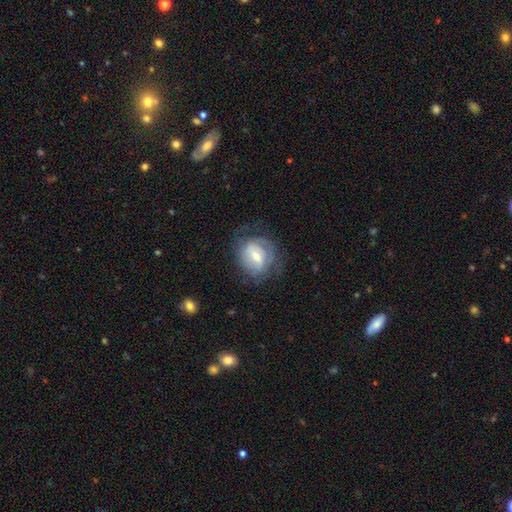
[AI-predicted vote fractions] A featured or disk galaxy (54%) with a weak bar (53%), spiral arms (71%) and a moderate central bulge (48%).

Vote fractions:
- Smooth or featured? featured or disk: 54% / smooth: 39% / star or artifact: 7%
- Edge-on disk? no: 96% / yes: 4%
- Bar? weak: 53% / strong: 24% / no: 23%
- Spiral arms? yes: 71% / no: 29%
- Bulge size? moderate: 48% / small: 38% / large: 9% / none: 4% / dominant: 2%
- Merging? none: 58% / minor disturbance: 23% / major disturbance: 17% / merger: 1%